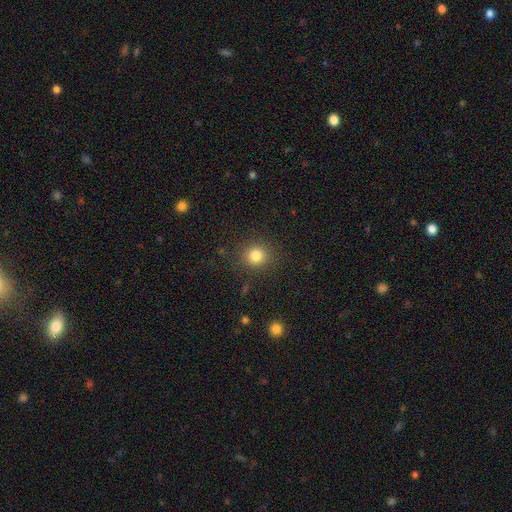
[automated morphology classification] The model was most divided on "smooth or featured": smooth: 81%, star or artifact: 13%, featured or disk: 6%. More confident: how rounded — round (89%); merging — none (89%).